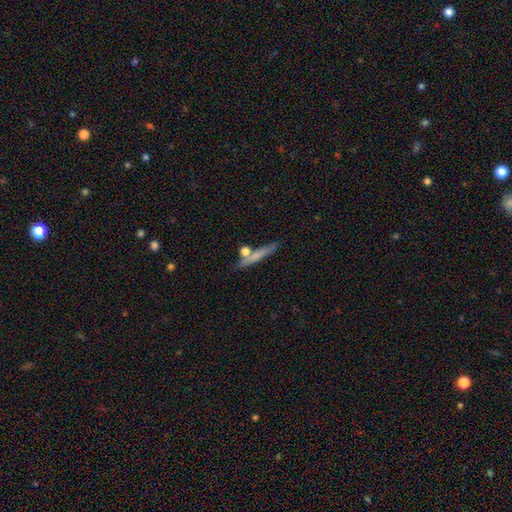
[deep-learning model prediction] smooth-or-featured: smooth: 60% | featured or disk: 32% | star or artifact: 8%
  how-rounded: cigar-shaped: 88% | in between: 7% | round: 5%
  merging: none: 71% | merger: 13% | minor disturbance: 12% | major disturbance: 4%